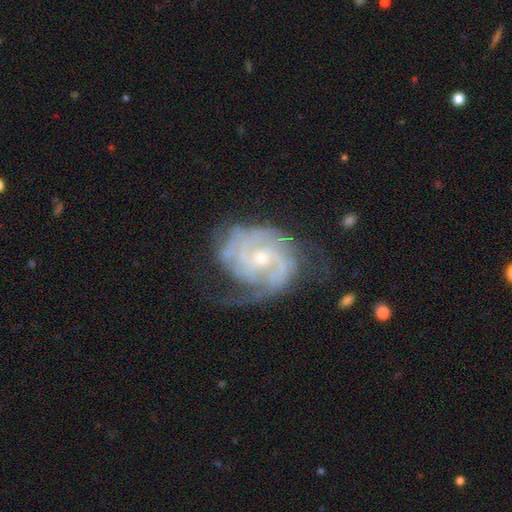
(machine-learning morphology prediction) The model was most divided on "spiral arm count": 2: 33%, 3: 24%, can't tell: 23%, 4: 8%, 1: 6%, more than 4: 6%. More confident: edge-on disk — no (98%); spiral arms — yes (97%); smooth or featured — featured or disk (88%); bar — no (61%); spiral winding — tight (59%); merging — none (59%); bulge size — small (56%).